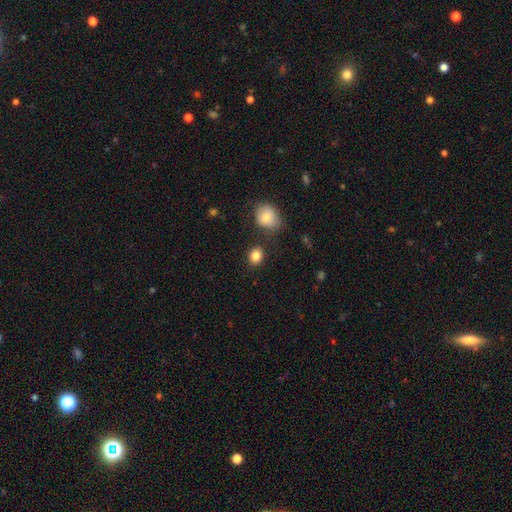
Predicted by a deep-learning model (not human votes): smooth_or_featured: smooth (p=0.85) [alt: star or artifact p=0.10]
how_rounded: round (p=0.59) [alt: in between p=0.40]
merging: none (p=0.83) [alt: minor disturbance p=0.09]